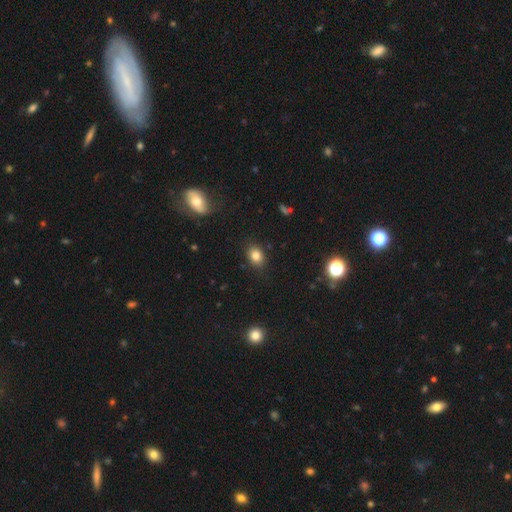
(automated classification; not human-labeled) Q: Smooth or featured?
A: smooth (81%); runner-up: star or artifact (12%)
Q: How rounded?
A: in between (66%); runner-up: round (33%)
Q: Merging?
A: none (85%); runner-up: minor disturbance (11%)